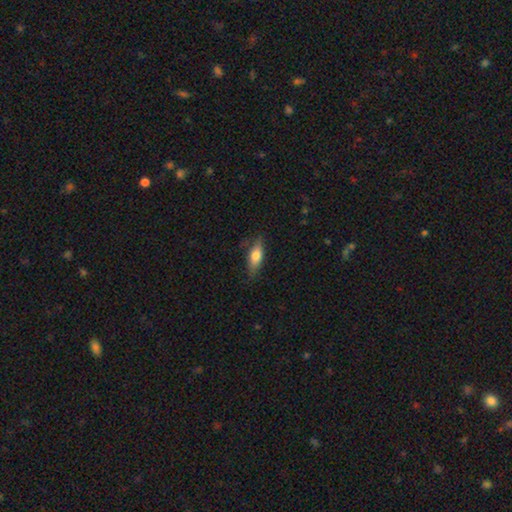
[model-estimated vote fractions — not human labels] The model was most divided on "how rounded": in between: 63%, cigar-shaped: 34%, round: 3%. More confident: merging — none (75%); smooth or featured — smooth (69%).